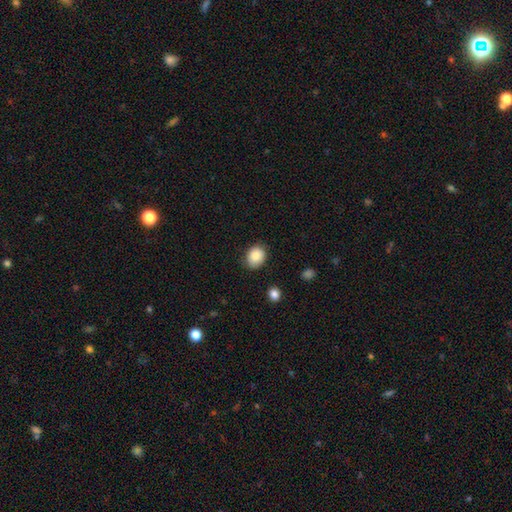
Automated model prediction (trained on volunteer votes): Smooth or featured? Predicted: smooth (p=0.87). How rounded? Predicted: round (p=0.50). Merging? Predicted: none (p=0.79).